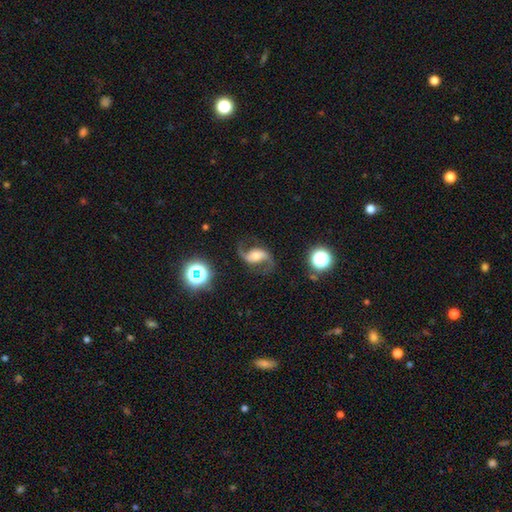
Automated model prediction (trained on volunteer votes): Smooth or featured?
  - featured or disk: 85% *
  - star or artifact: 8%
  - smooth: 7%
Edge-on disk?
  - no: 97% *
  - yes: 3%
Bar?
  - no: 37% *
  - weak: 36%
  - strong: 26%
Spiral arms?
  - yes: 97% *
  - no: 3%
Spiral winding?
  - loose: 73% *
  - medium: 23%
  - tight: 4%
Spiral arm count?
  - 2: 94% *
  - 1: 2%
  - can't tell: 1%
  - 3: 1%
  - 4: 1%
  - more than 4: 1%
Bulge size?
  - moderate: 45% *
  - small: 29%
  - large: 17%
  - none: 5%
  - dominant: 4%
Merging?
  - none: 77% *
  - minor disturbance: 13%
  - major disturbance: 8%
  - merger: 2%